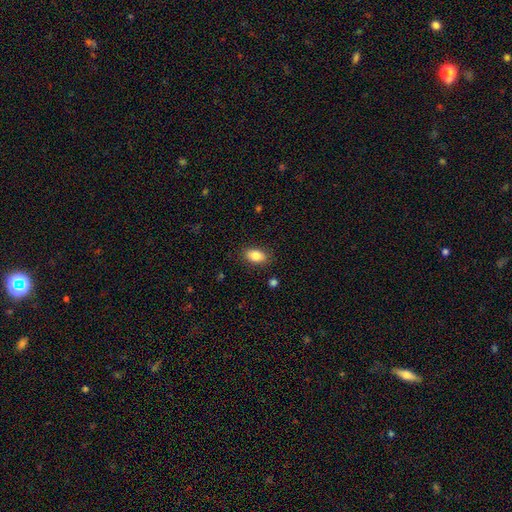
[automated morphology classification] smooth_or_featured: smooth (p=0.83) [alt: featured or disk p=0.09]
how_rounded: in between (p=0.90) [alt: round p=0.07]
merging: none (p=0.86) [alt: minor disturbance p=0.10]